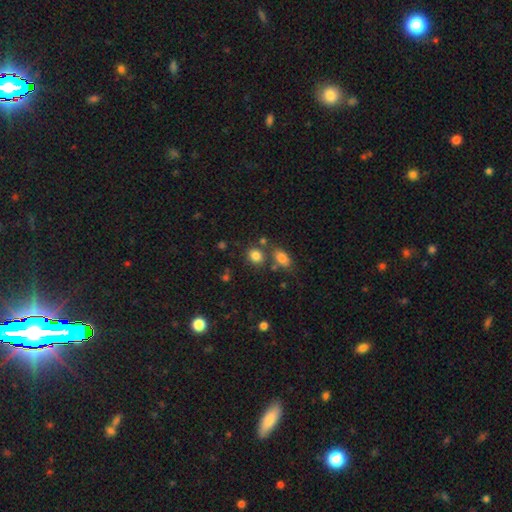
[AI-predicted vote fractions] This is clearly a smooth galaxy (82%). How rounded: likely round (62%). Merging: likely none (70%).